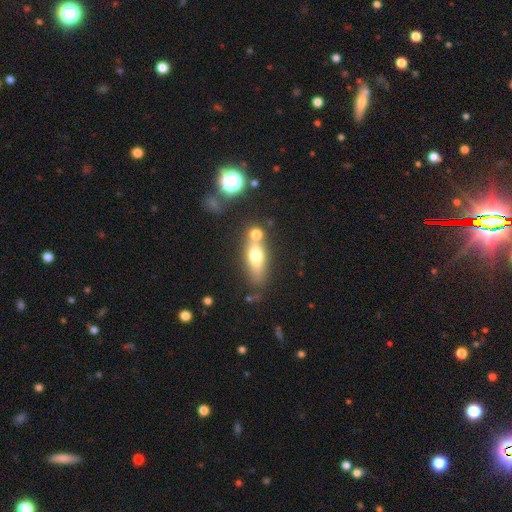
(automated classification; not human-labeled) Smooth or featured? smooth (63%)
How rounded? in between (62%)
Merging? none (53%)